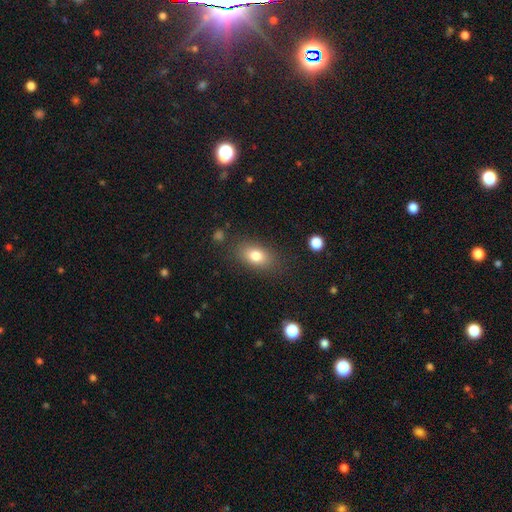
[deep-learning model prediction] smooth-or-featured: smooth: 79% | featured or disk: 11% | star or artifact: 10%
  how-rounded: in between: 83% | round: 14% | cigar-shaped: 3%
  merging: none: 82% | minor disturbance: 12% | major disturbance: 4% | merger: 2%